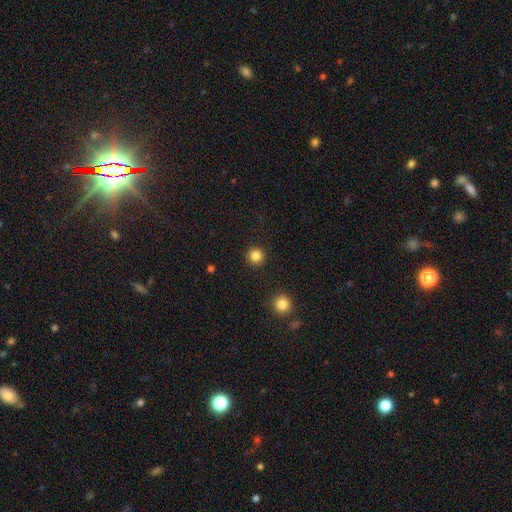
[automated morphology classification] Q: Smooth or featured?
A: smooth (84%); runner-up: star or artifact (12%)
Q: How rounded?
A: round (95%); runner-up: in between (4%)
Q: Merging?
A: none (93%); runner-up: minor disturbance (4%)